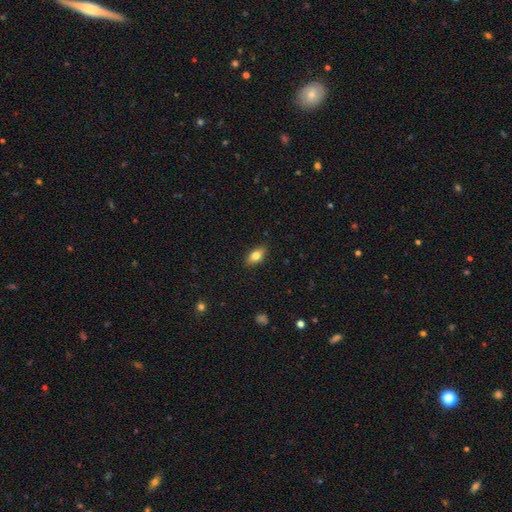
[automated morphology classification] Overall: smooth (78%). How rounded: in between (86%). Merging: none (88%).